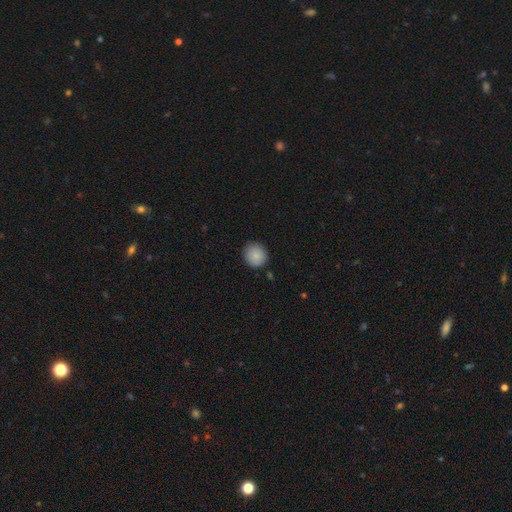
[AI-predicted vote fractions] A smooth galaxy with no disk features (86%) that is round (89%). Merging: none (87%).